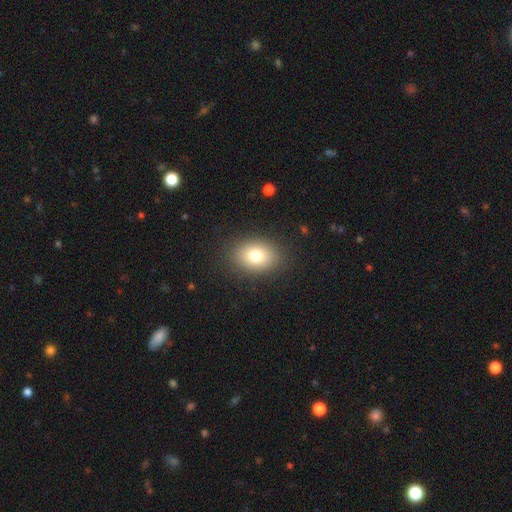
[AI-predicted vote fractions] Smooth or featured?
  - smooth: 78% *
  - featured or disk: 11%
  - star or artifact: 11%
How rounded?
  - in between: 70% *
  - round: 29%
  - cigar-shaped: 1%
Merging?
  - none: 87% *
  - minor disturbance: 8%
  - major disturbance: 3%
  - merger: 1%